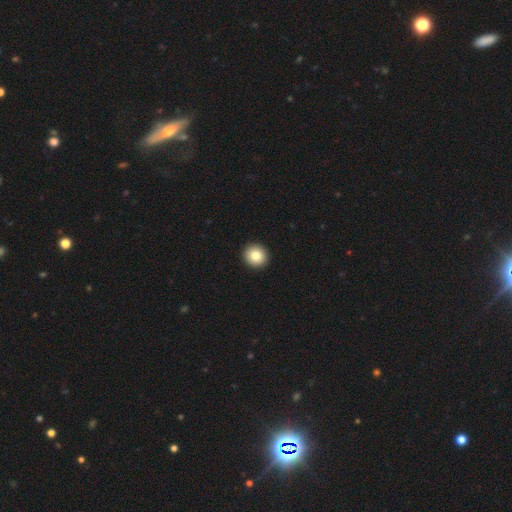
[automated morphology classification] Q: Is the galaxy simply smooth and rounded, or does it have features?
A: smooth — 83%.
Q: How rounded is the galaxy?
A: round — 93%.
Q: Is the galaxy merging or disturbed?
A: none — 94%.